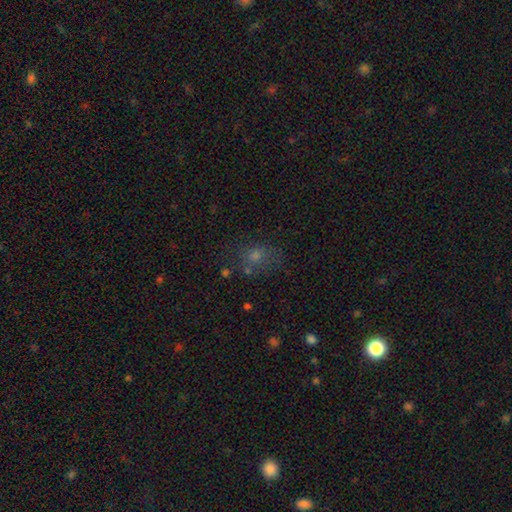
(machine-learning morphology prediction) smooth_or_featured: smooth (p=0.54) [alt: star or artifact p=0.31]
how_rounded: round (p=0.54) [alt: in between p=0.44]
merging: none (p=0.61) [alt: minor disturbance p=0.19]